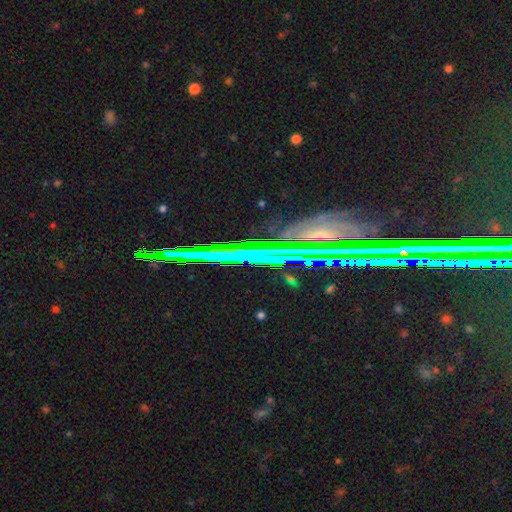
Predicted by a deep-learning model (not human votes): Smooth or featured? Predicted: star or artifact (p=0.59).